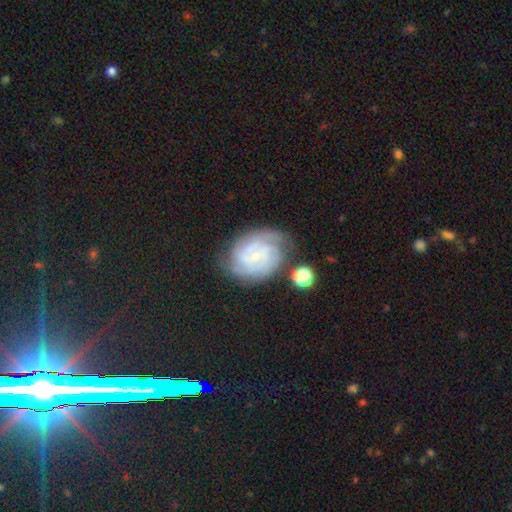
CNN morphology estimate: type=featured or disk (80%); edge-on=no (98%); bar=no (52%); spiral arms=yes (95%); winding=tight (70%); arm count=2 (29%, tied with can't tell); bulge=small (80%); merging=none (69%).